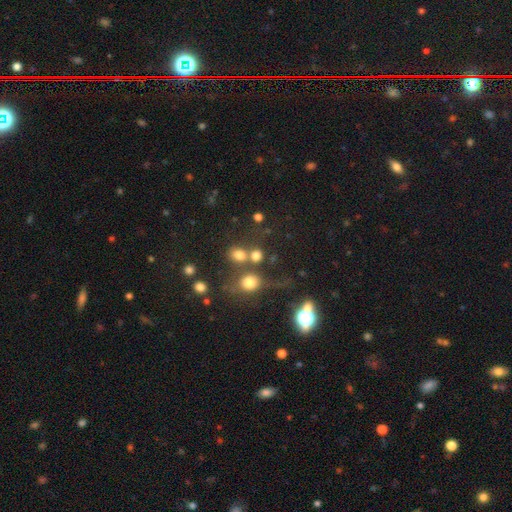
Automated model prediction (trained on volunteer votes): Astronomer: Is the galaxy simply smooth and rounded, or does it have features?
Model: smooth — 73%.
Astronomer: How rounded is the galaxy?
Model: round — 75%.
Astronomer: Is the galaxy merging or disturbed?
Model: none — 50% (runner-up: merger, 33%).